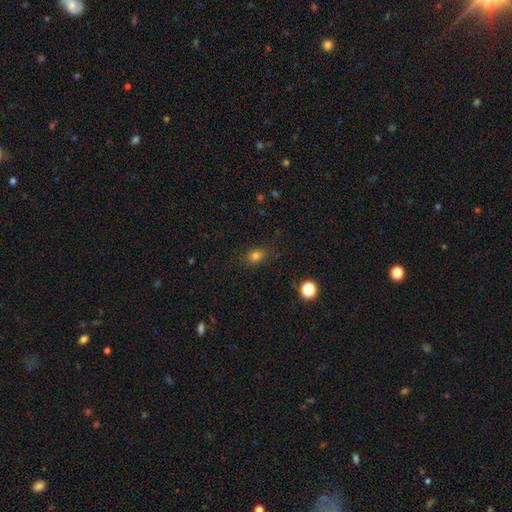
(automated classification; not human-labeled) Q: Smooth or featured?
A: smooth (78%); runner-up: star or artifact (15%)
Q: How rounded?
A: in between (60%); runner-up: round (38%)
Q: Merging?
A: none (82%); runner-up: minor disturbance (13%)